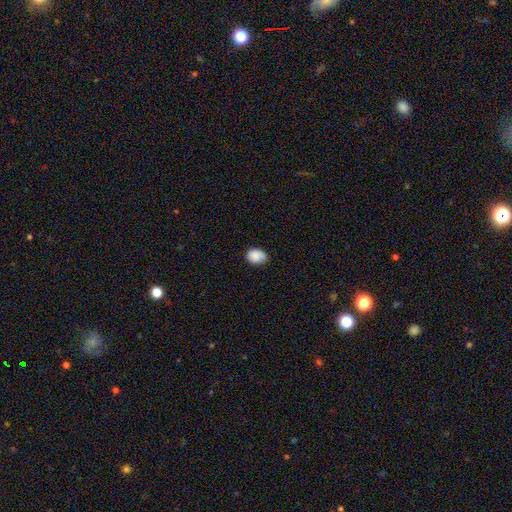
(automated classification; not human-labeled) Smooth or featured?
  - smooth: 83% *
  - featured or disk: 9%
  - star or artifact: 8%
How rounded?
  - in between: 66% *
  - round: 33%
  - cigar-shaped: 1%
Merging?
  - none: 63% *
  - minor disturbance: 29%
  - major disturbance: 6%
  - merger: 2%